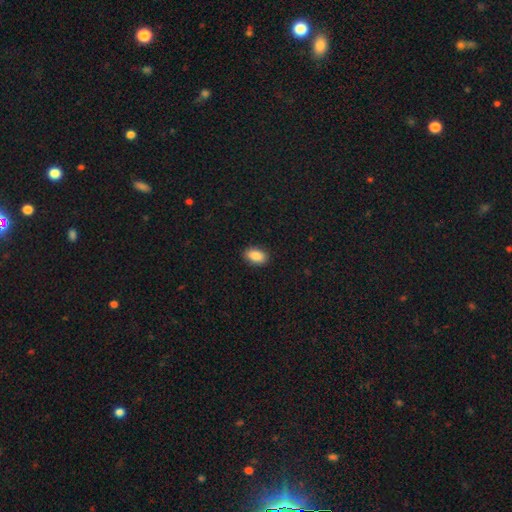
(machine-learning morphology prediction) Smooth or featured? Predicted: smooth (p=0.88). How rounded? Predicted: in between (p=0.91). Merging? Predicted: none (p=0.89).